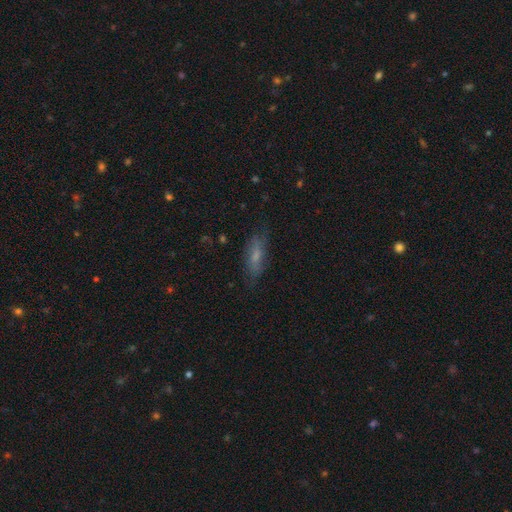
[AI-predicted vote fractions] Smooth or featured? smooth (58%)
How rounded? in between (54%)
Merging? none (75%)